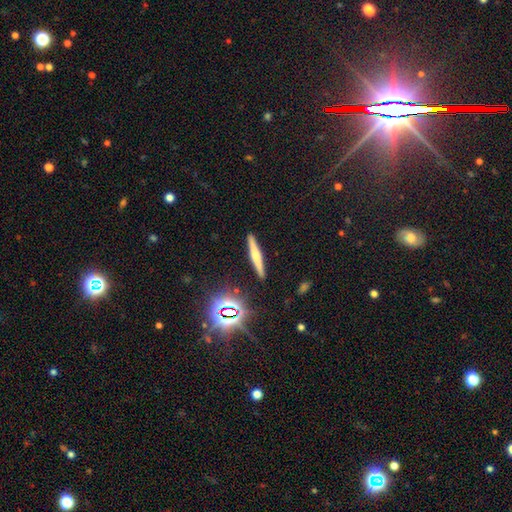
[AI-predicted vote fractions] This appears to be a featured or disk galaxy (45%). Merging: none (90%).